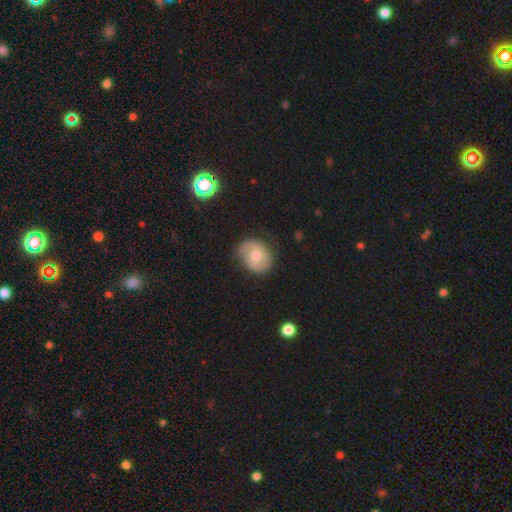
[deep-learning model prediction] This is possibly a featured or disk galaxy (55%). It is clearly not viewed edge-on (97%). Bar: possibly no (54%). Spiral arm pattern: likely yes (80%). Central bulge: likely moderate (71%). Merging: likely none (76%).